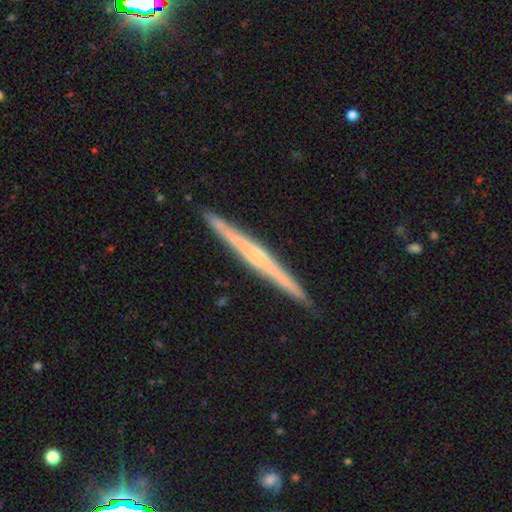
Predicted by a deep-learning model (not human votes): A featured or disk galaxy (72%) viewed edge-on (98%) with a rounded central bulge (46%). Merging: none (92%).